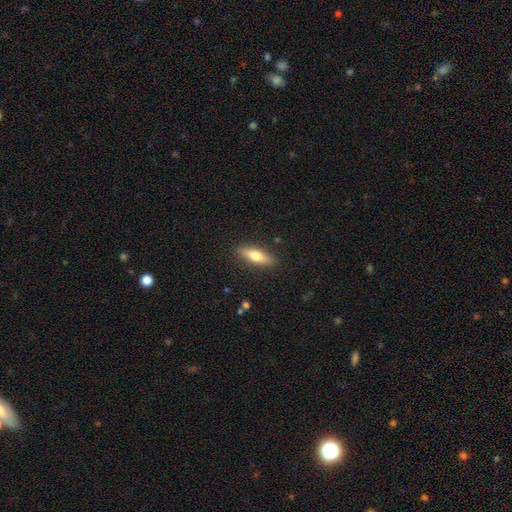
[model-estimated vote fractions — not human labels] The model was most divided on "how rounded": cigar-shaped: 51%, in between: 46%, round: 3%. More confident: merging — none (88%); smooth or featured — smooth (65%).